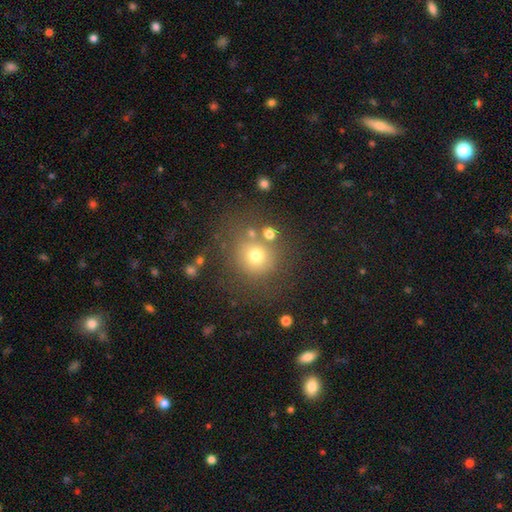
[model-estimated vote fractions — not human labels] Morphology: type=smooth (70%); roundness=round (90%); merging=none (71%).